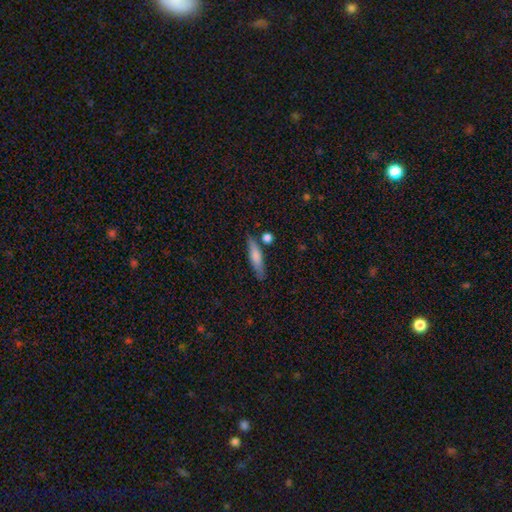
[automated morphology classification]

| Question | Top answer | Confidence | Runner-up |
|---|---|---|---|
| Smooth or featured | smooth | 69% | featured or disk (24%) |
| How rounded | cigar-shaped | 79% | in between (19%) |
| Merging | none | 76% | minor disturbance (14%) |